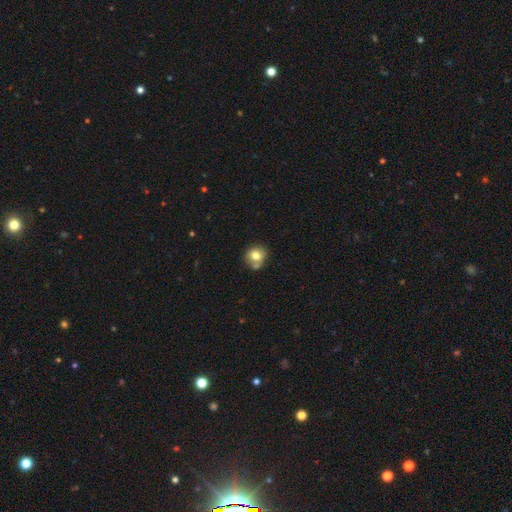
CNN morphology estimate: A smooth galaxy with no disk features (76%) that is round (80%).

Vote fractions:
- Smooth or featured? smooth: 76% / featured or disk: 14% / star or artifact: 10%
- How rounded? round: 80% / in between: 19% / cigar-shaped: 1%
- Merging? none: 60% / merger: 21% / minor disturbance: 15% / major disturbance: 4%